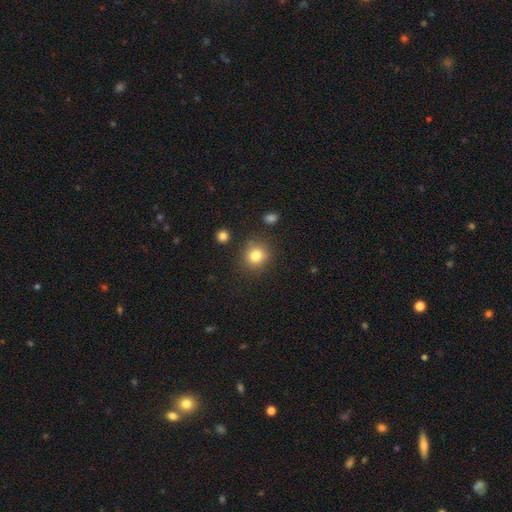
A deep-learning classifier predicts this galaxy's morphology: Smooth or featured? smooth (81%)
How rounded? round (87%)
Merging? none (85%)